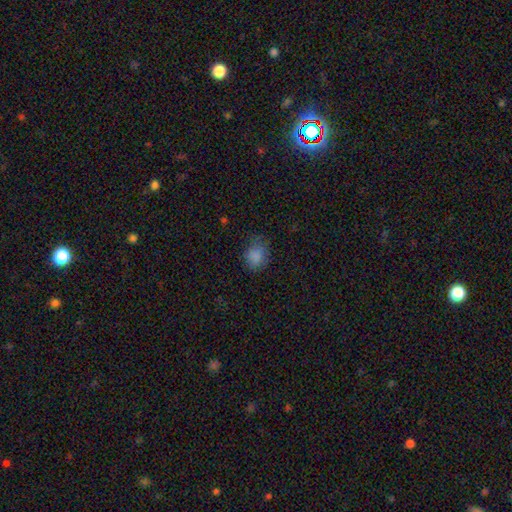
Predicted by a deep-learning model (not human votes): A smooth galaxy with no disk features (84%) that is round (55%). Merging: none (68%).